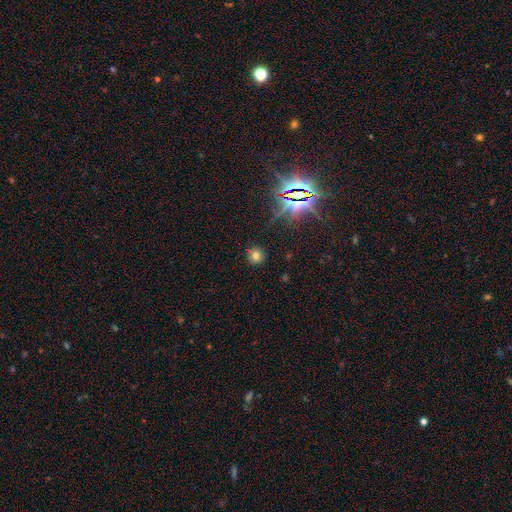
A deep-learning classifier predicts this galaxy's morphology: A smooth galaxy with no disk features (68%) that is round (92%). Merging: none (89%).